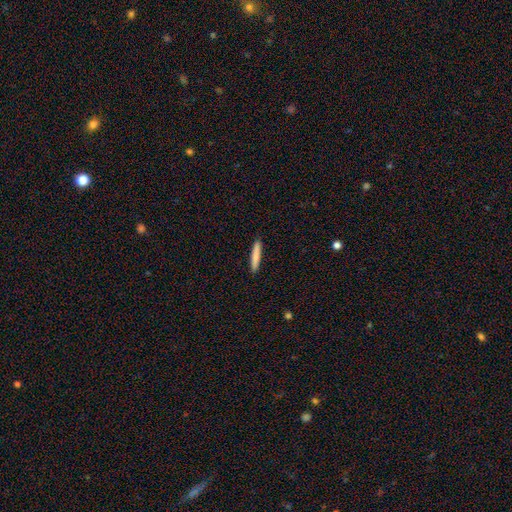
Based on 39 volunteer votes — Smooth or featured: smooth — 90% (featured or disk — 8%)
How rounded: cigar-shaped — 97% (in between — 3%)
Merging: none — 97% (minor disturbance — 3%)